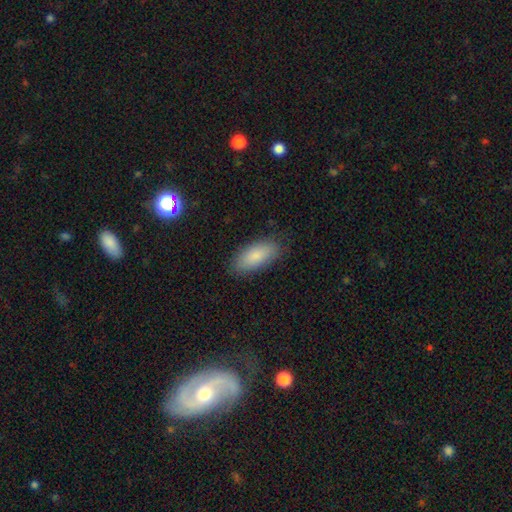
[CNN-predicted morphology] smooth 84%, featured or disk 9%, star or artifact 7%. Down the decision tree: how rounded — in between (85%); merging — none (84%).